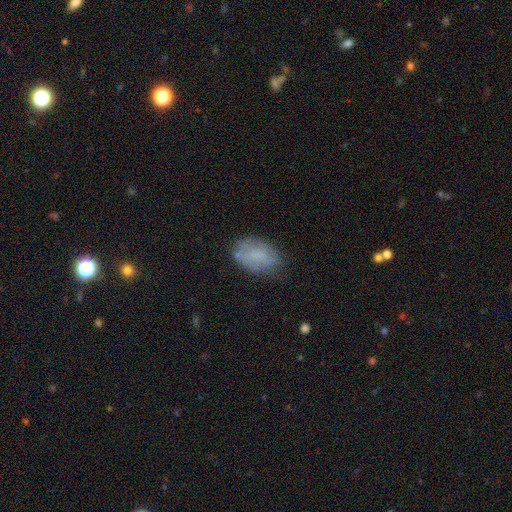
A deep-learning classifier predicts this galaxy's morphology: type=smooth (67%); roundness=in between (90%); merging=none (62%).